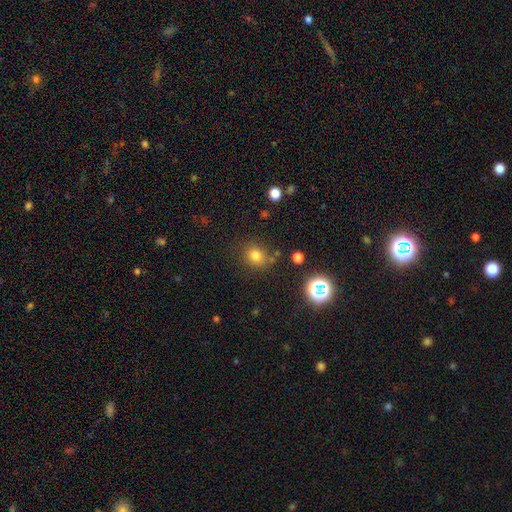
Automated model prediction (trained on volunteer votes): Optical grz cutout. It shows a smooth galaxy with no disk features (75%) that is round (76%). Merging: none (78%).